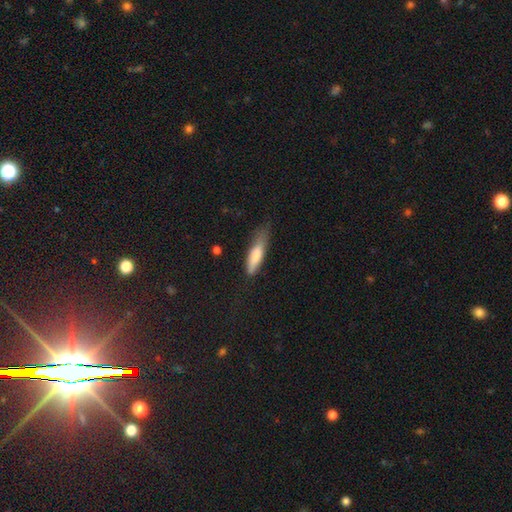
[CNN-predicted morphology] type=smooth (78%); roundness=cigar-shaped (63%); merging=none (46%).